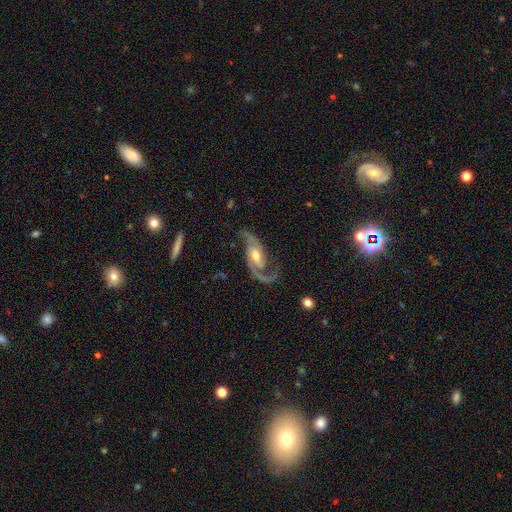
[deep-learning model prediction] Smooth or featured? featured or disk (92%)
Edge-on disk? no (96%)
Bar? weak (42%)
Spiral arms? yes (98%)
Spiral winding? medium (52%)
Spiral arm count? 2 (90%)
Bulge size? moderate (67%)
Merging? none (72%)